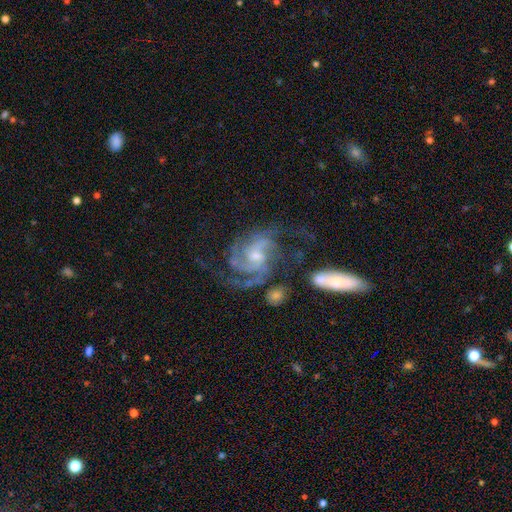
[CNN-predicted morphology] Smooth or featured: featured or disk — 89% (star or artifact — 6%)
Edge-on disk: no — 97% (yes — 3%)
Bar: no — 53% (weak — 38%)
Spiral arms: yes — 97% (no — 3%)
Spiral winding: medium — 48% (tight — 36%)
Spiral arm count: 3 — 36% (2 — 27%)
Bulge size: small — 52% (moderate — 40%)
Merging: none — 50% (major disturbance — 22%)